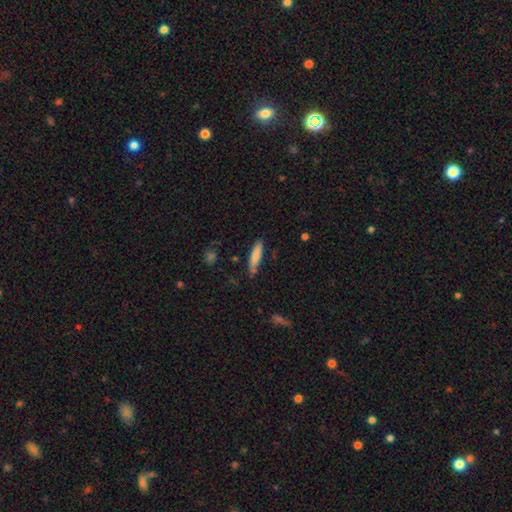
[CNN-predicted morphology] Q: Smooth or featured?
A: smooth (82%); runner-up: featured or disk (12%)
Q: How rounded?
A: cigar-shaped (78%); runner-up: in between (20%)
Q: Merging?
A: none (75%); runner-up: minor disturbance (19%)